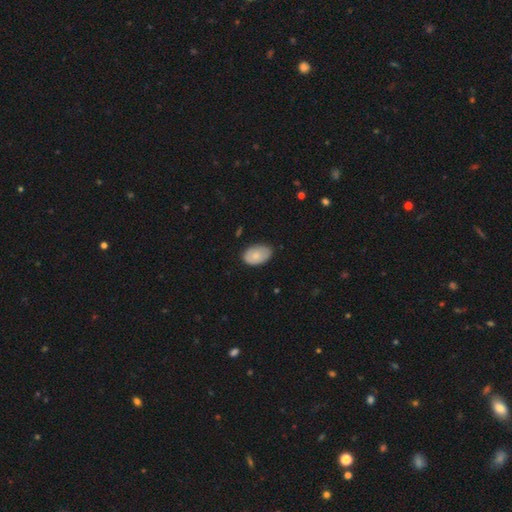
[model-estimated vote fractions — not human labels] Morphology: type=smooth (81%); roundness=in between (91%); merging=none (73%).